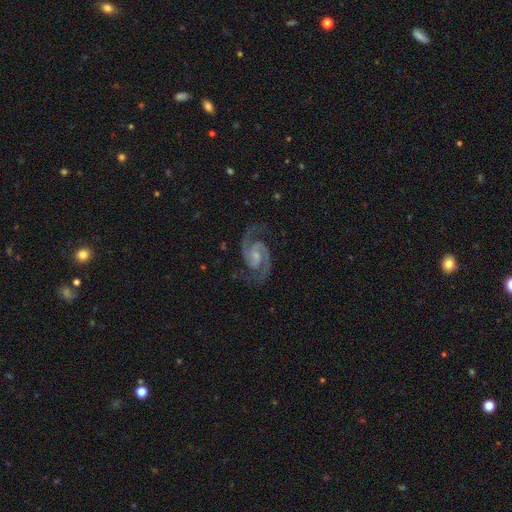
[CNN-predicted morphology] Overall: featured or disk (94%). Edge-on disk: no (98%). Bar: no (47%; weak 40%). Spiral arms: yes (99%). Spiral arm count: 2 (94%). Spiral winding: medium (63%; tight 27%). Bulge size: small (61%; moderate 26%). Merging: none (82%).